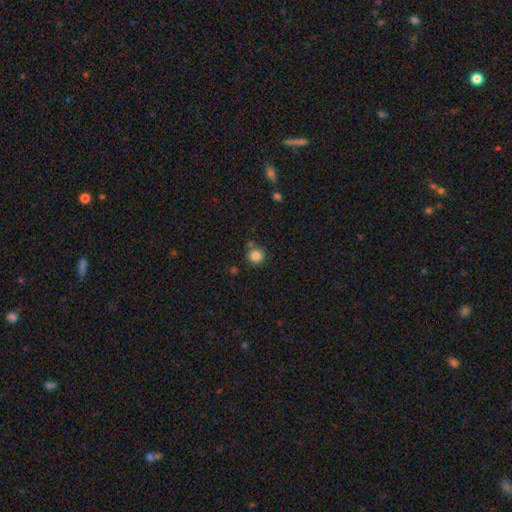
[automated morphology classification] smooth 85%, star or artifact 11%, featured or disk 4%. Down the decision tree: how rounded — round (92%); merging — none (76%).